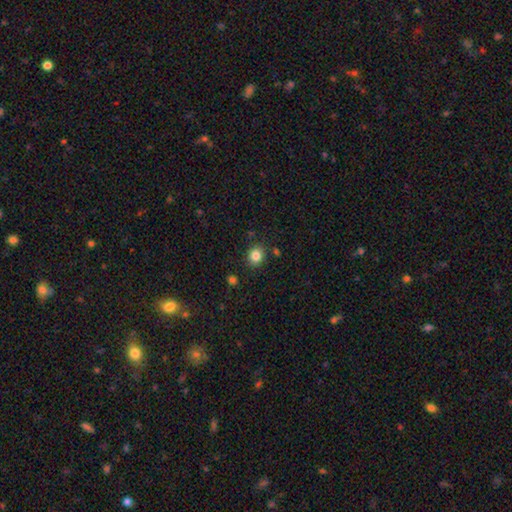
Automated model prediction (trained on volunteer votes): A smooth galaxy with no disk features (84%) that is round (69%).

Vote fractions:
- Smooth or featured? smooth: 84% / star or artifact: 11% / featured or disk: 6%
- How rounded? round: 69% / in between: 30% / cigar-shaped: 1%
- Merging? none: 85% / minor disturbance: 9% / merger: 3% / major disturbance: 3%